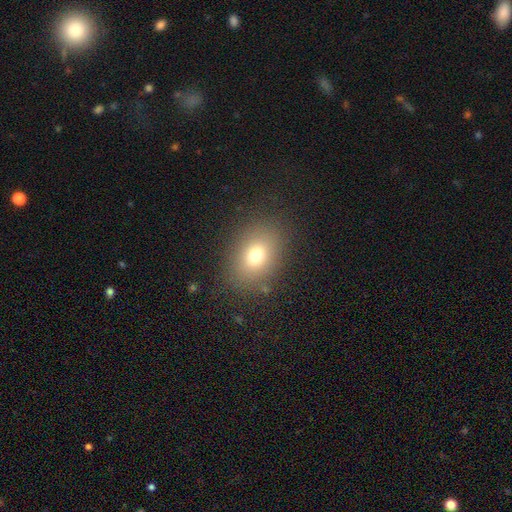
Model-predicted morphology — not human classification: Smooth or featured: smooth — 75% (featured or disk — 13%)
How rounded: in between — 72% (round — 27%)
Merging: none — 84% (minor disturbance — 10%)